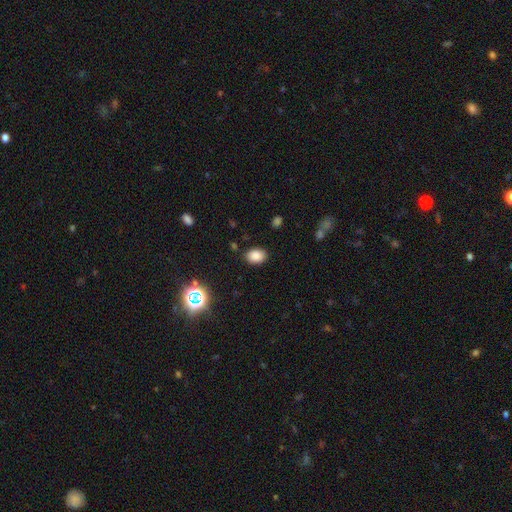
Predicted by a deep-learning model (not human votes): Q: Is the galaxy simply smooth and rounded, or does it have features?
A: smooth — 84%.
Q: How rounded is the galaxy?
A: in between — 74%.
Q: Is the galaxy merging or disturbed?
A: none — 86%.